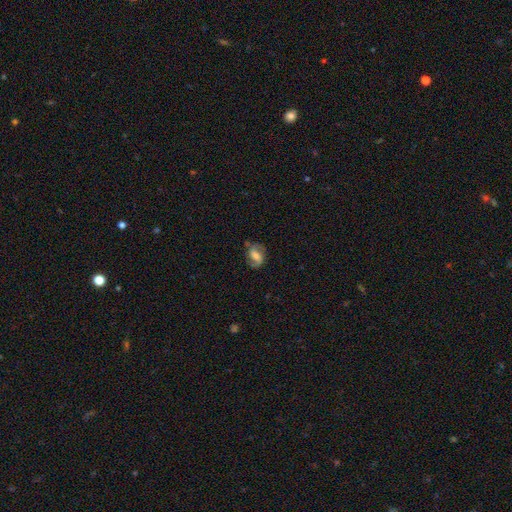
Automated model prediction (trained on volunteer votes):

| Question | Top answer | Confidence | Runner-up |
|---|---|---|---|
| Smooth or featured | featured or disk | 68% | smooth (24%) |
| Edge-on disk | no | 97% | yes (3%) |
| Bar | weak | 45% | strong (31%) |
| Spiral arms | yes | 91% | no (9%) |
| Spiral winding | medium | 45% | loose (35%) |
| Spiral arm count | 2 | 86% | can't tell (6%) |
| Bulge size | moderate | 47% | small (29%) |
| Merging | none | 72% | minor disturbance (18%) |